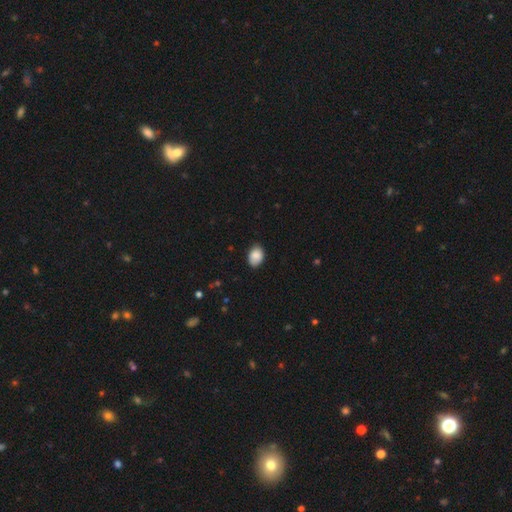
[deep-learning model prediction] Smooth or featured? smooth (87%)
How rounded? in between (80%)
Merging? none (80%)